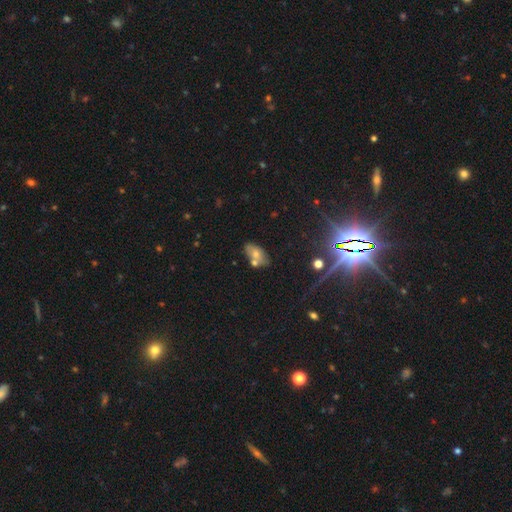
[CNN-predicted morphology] A smooth galaxy with no disk features (63%) that is in between round and cigar-shaped (90%). Merging: none (54%).